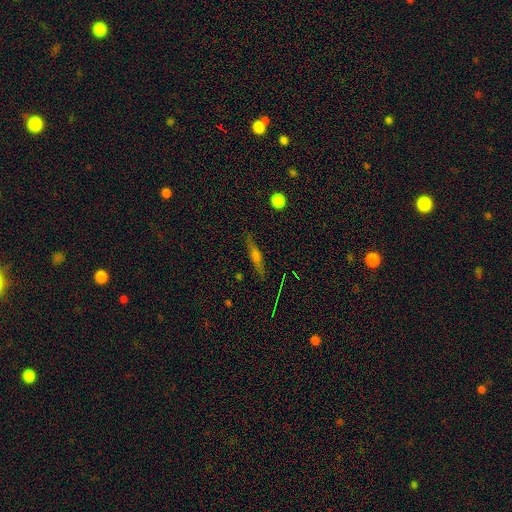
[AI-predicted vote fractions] smooth_or_featured: featured or disk (p=0.58) [alt: smooth p=0.28]
disk_edge_on: yes (p=0.94) [alt: no p=0.06]
edge_on_bulge: rounded (p=0.77) [alt: none p=0.13]
merging: none (p=0.86) [alt: minor disturbance p=0.09]